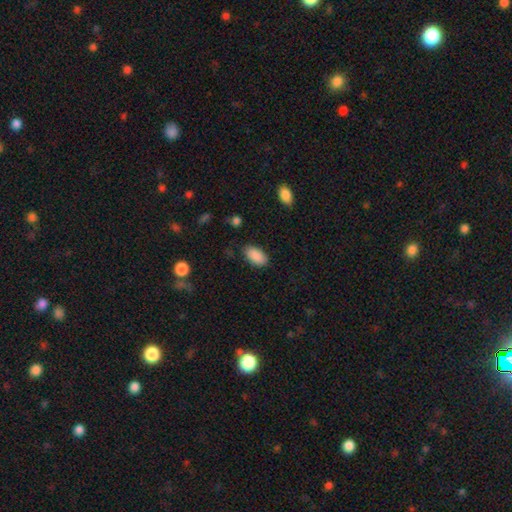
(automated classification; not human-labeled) A smooth galaxy with no disk features (90%) that is in between round and cigar-shaped (94%). Merging: none (85%).